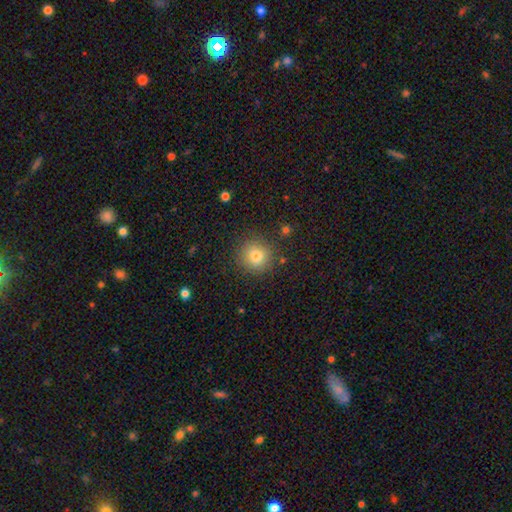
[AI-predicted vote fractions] Smooth or featured?
  - smooth: 78% *
  - star or artifact: 13%
  - featured or disk: 9%
How rounded?
  - round: 92% *
  - in between: 7%
  - cigar-shaped: 1%
Merging?
  - none: 87% *
  - minor disturbance: 8%
  - major disturbance: 3%
  - merger: 2%